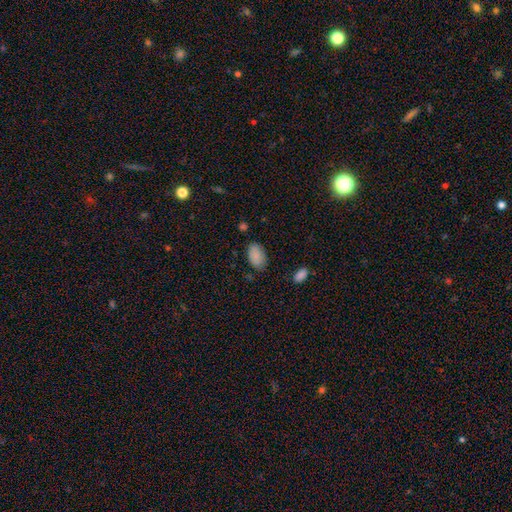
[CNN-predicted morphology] type=smooth (89%); roundness=in between (94%); merging=none (79%).